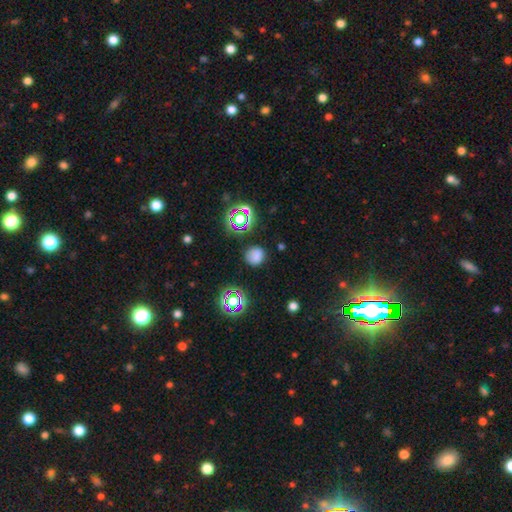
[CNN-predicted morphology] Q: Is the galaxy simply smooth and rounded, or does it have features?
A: smooth — 71%.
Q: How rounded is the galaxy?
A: round — 83%.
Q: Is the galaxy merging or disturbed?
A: none — 80%.